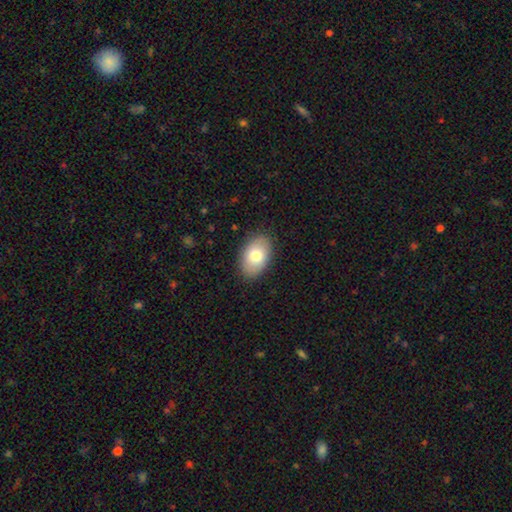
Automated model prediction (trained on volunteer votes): smooth_or_featured: smooth (p=0.77) [alt: featured or disk p=0.16]
how_rounded: in between (p=0.90) [alt: round p=0.08]
merging: none (p=0.87) [alt: minor disturbance p=0.09]